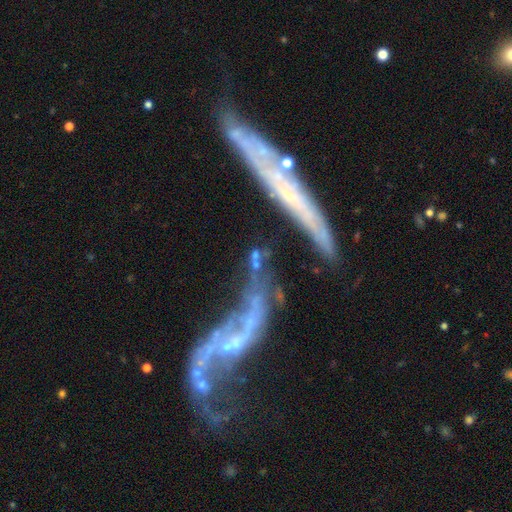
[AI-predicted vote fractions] Smooth or featured? Predicted: featured or disk (p=0.51). Edge-on disk? Predicted: yes (p=0.57). Merging? Predicted: none (p=0.52).